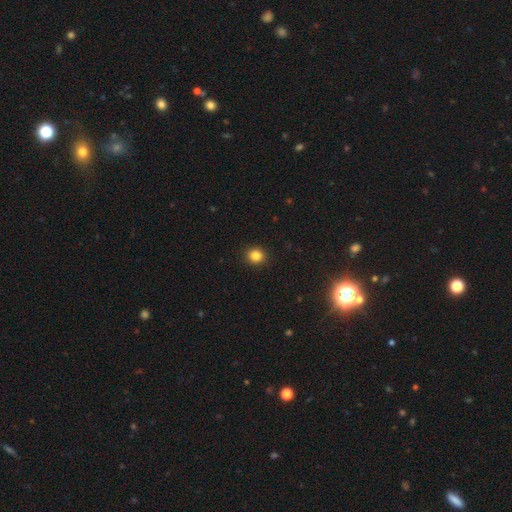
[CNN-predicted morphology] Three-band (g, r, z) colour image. It shows a smooth galaxy with no disk features (84%) that is round (89%). Merging: none (92%).